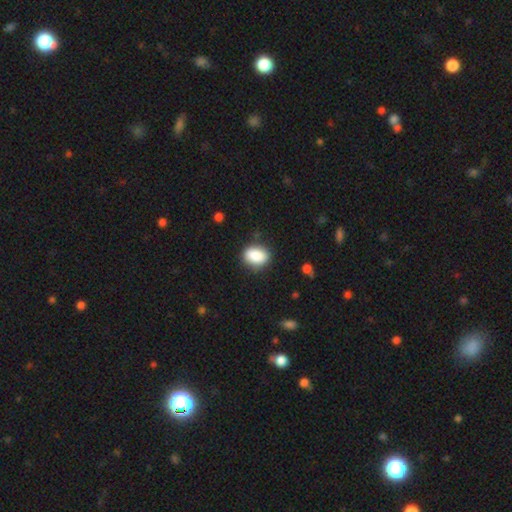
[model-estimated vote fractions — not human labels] Smooth or featured?
  - smooth: 88% *
  - star or artifact: 8%
  - featured or disk: 5%
How rounded?
  - in between: 72% *
  - round: 26%
  - cigar-shaped: 2%
Merging?
  - none: 84% *
  - minor disturbance: 11%
  - major disturbance: 3%
  - merger: 2%